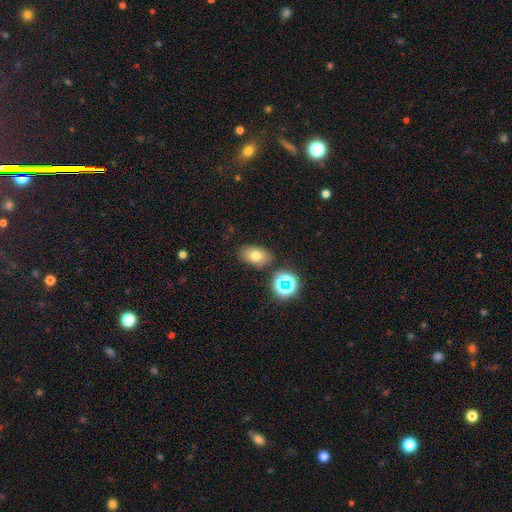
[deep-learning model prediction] Overall: smooth (72%). How rounded: in between (82%). Merging: none (80%).